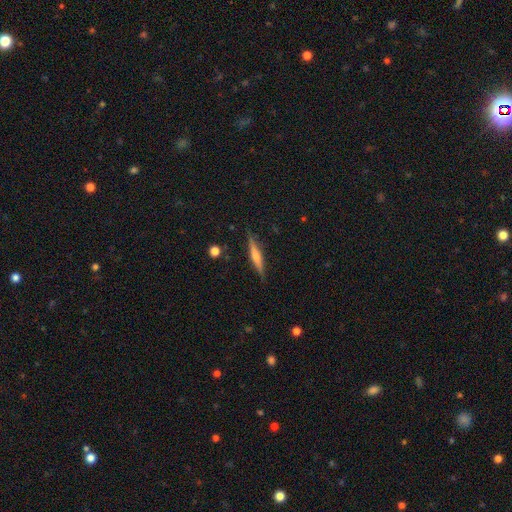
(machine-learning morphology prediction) This appears to be a featured or disk galaxy (52%) viewed edge-on (96%). Merging: none (87%).